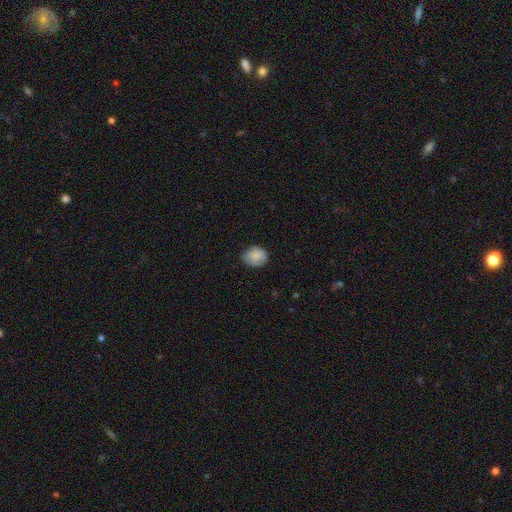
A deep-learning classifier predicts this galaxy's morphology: Smooth or featured? smooth (84%)
How rounded? round (60%)
Merging? none (78%)